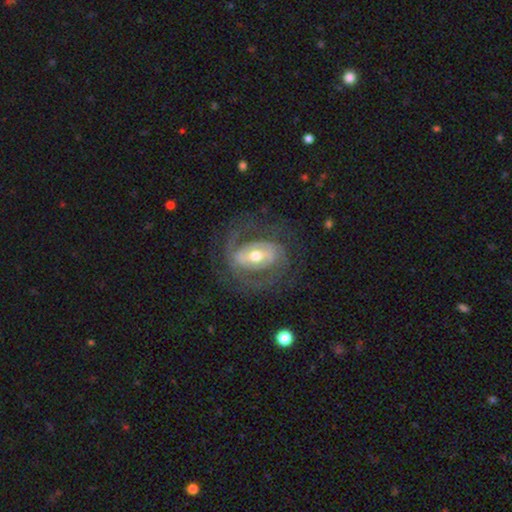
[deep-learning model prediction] The model was most divided on "spiral winding": medium: 43%, tight: 40%, loose: 18%. Remaining: edge-on disk — no (96%); smooth or featured — featured or disk (84%); spiral arms — yes (83%); bulge size — moderate (69%); spiral arm count — 2 (68%); merging — none (67%); bar — strong (44%).